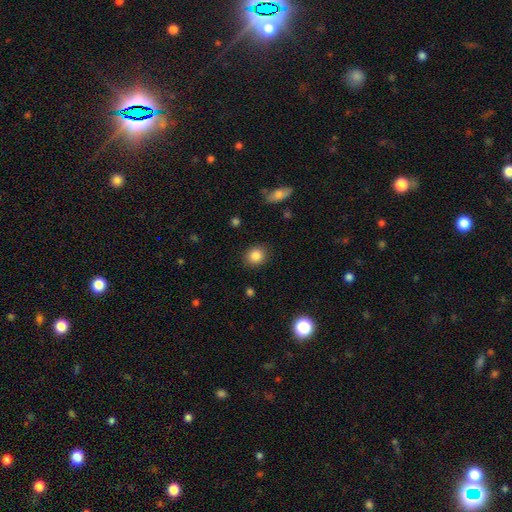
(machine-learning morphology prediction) This is clearly a smooth galaxy (86%). How rounded: likely round (77%). Merging: clearly none (88%).